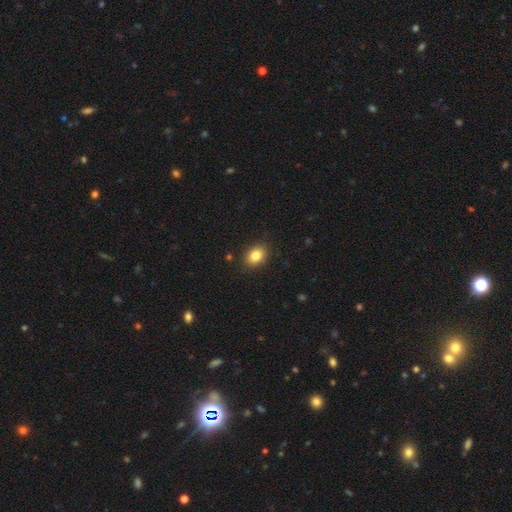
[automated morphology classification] Smooth or featured? smooth (83%)
How rounded? in between (67%)
Merging? none (88%)